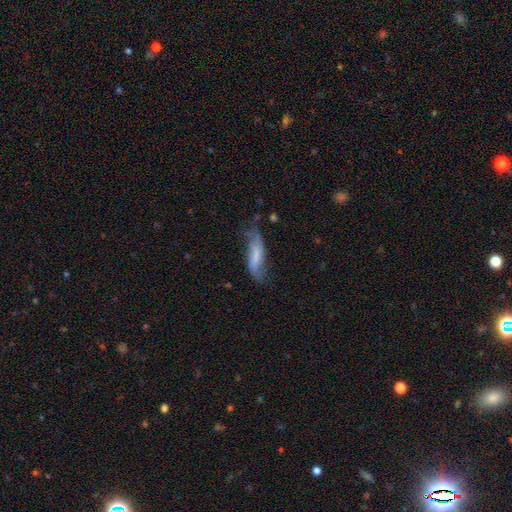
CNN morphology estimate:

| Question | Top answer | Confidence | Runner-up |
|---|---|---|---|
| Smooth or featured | smooth | 54% | featured or disk (38%) |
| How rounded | in between | 51% | cigar-shaped (47%) |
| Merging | none | 44% | minor disturbance (34%) |